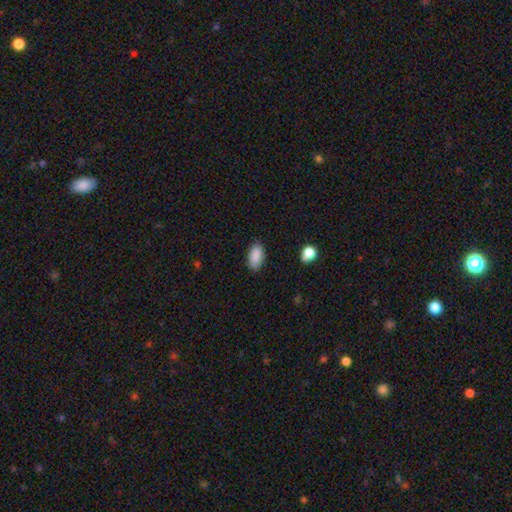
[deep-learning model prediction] A smooth galaxy with no disk features (88%) that is in between round and cigar-shaped (92%). Merging: none (85%).